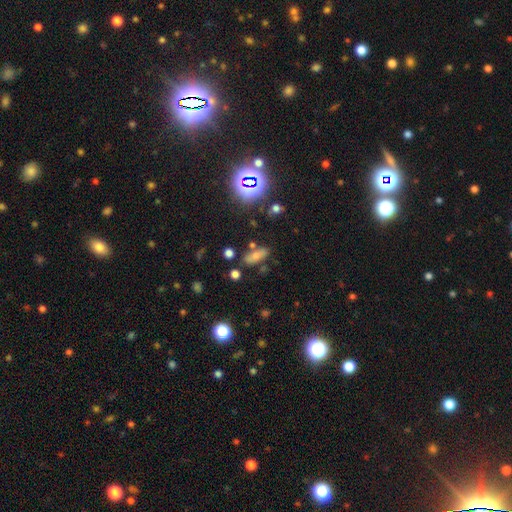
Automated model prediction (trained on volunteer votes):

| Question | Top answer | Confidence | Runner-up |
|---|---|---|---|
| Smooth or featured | smooth | 65% | featured or disk (18%) |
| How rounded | in between | 71% | cigar-shaped (24%) |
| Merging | none | 71% | minor disturbance (14%) |